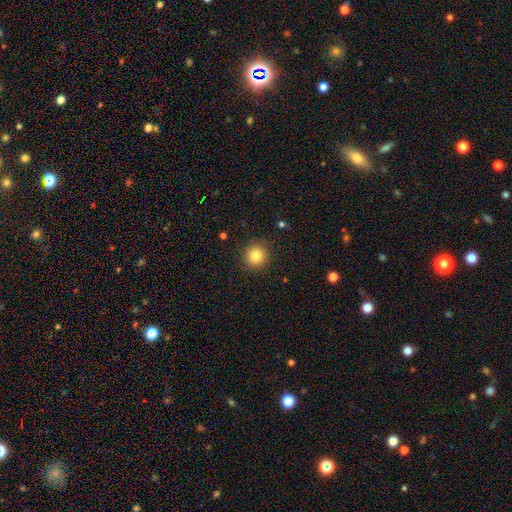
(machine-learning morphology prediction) Q: Smooth or featured?
A: smooth (84%); runner-up: star or artifact (11%)
Q: How rounded?
A: round (94%); runner-up: in between (5%)
Q: Merging?
A: none (91%); runner-up: minor disturbance (6%)